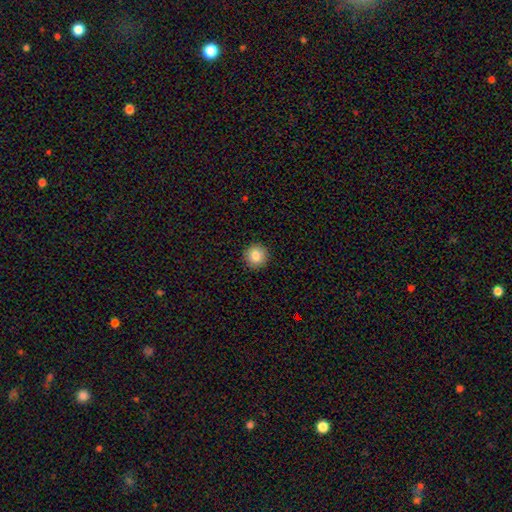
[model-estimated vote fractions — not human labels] This is clearly a smooth galaxy (84%). How rounded: clearly round (95%). Merging: clearly none (93%).